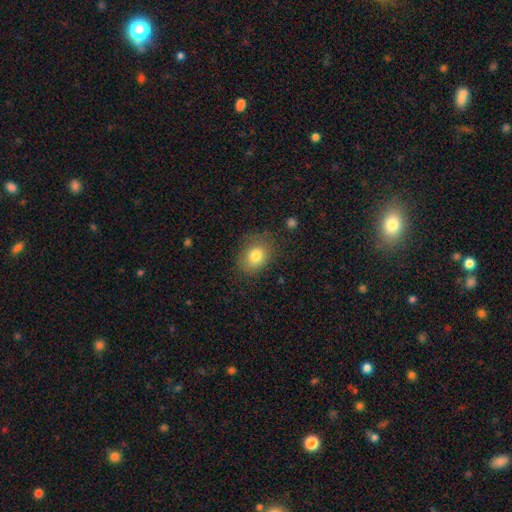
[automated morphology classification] This is clearly a smooth galaxy (80%). How rounded: possibly in between (60%). Merging: likely none (73%).